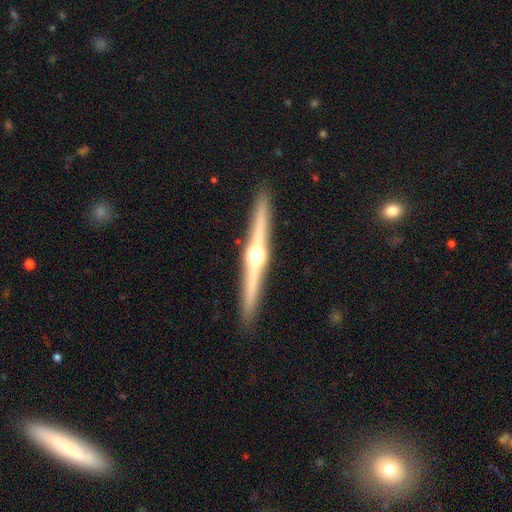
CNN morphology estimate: smooth-or-featured: featured or disk: 79% | smooth: 16% | star or artifact: 5%
  disk-edge-on: yes: 98% | no: 2%
    edge-on-bulge: rounded: 94% | boxy: 3% | none: 3%
  merging: none: 92% | minor disturbance: 6% | major disturbance: 1% | merger: 1%